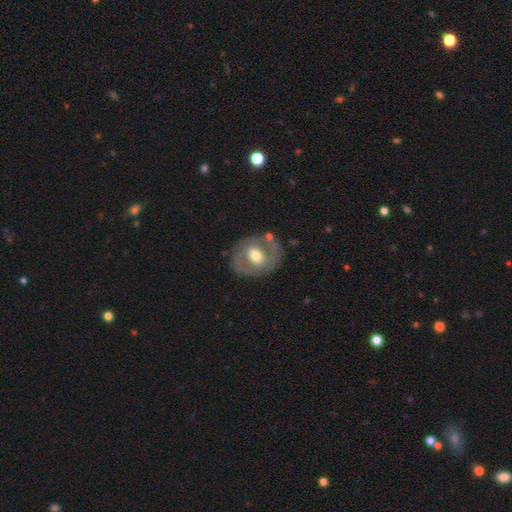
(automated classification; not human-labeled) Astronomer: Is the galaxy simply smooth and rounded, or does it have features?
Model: featured or disk — 54% (runner-up: smooth, 40%).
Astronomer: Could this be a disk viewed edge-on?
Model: no — 94%.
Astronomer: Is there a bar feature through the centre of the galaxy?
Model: no — 57%.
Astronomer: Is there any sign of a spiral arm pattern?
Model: no — 74%.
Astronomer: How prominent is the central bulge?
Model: moderate — 72%.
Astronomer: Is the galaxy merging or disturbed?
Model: none — 72%.